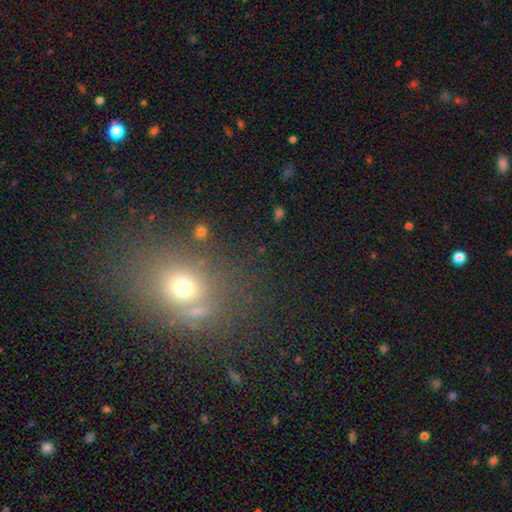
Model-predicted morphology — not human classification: A smooth galaxy with no disk features (53%) that is round (57%). Merging: none (72%).